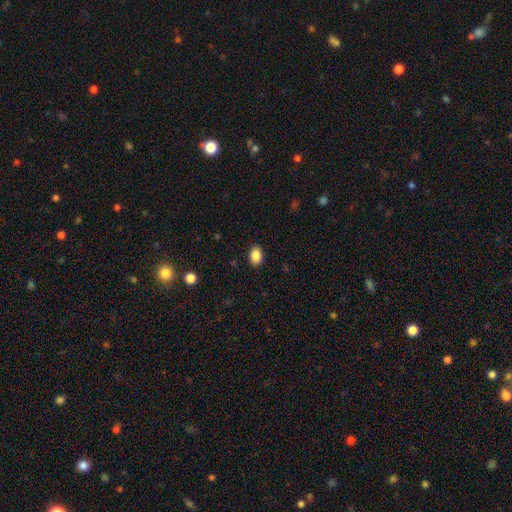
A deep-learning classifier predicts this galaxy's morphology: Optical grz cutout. It shows a smooth galaxy with no disk features (88%) that is in between round and cigar-shaped (83%). Merging: none (89%).